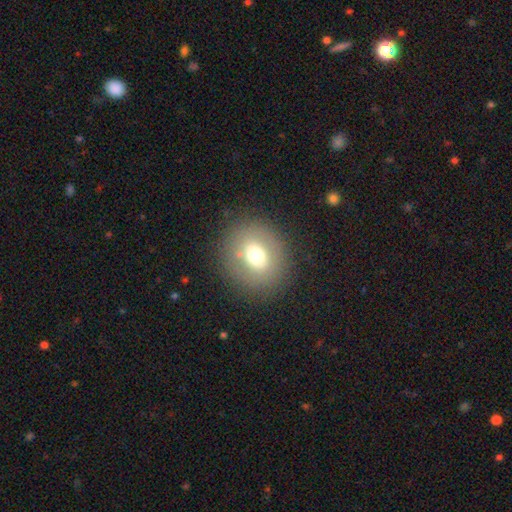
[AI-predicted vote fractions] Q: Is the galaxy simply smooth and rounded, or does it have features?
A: smooth — 64%.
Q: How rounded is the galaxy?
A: round — 78%.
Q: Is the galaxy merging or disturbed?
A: none — 84%.